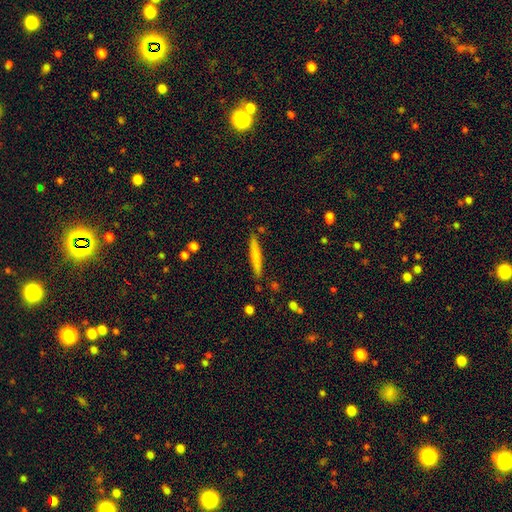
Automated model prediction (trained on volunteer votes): A smooth galaxy with no disk features (67%) that is cigar-shaped (95%). Merging: none (87%).